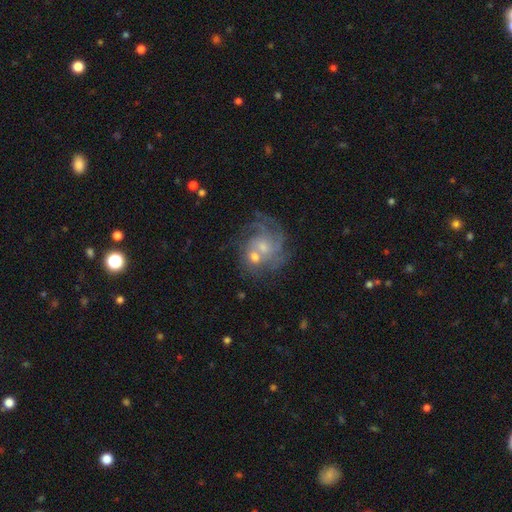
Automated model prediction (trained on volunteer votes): A featured or disk galaxy (75%) with no bar (71%), tight (50%) spiral arms (89%) and a small central bulge (47%). Merging: none (46%).